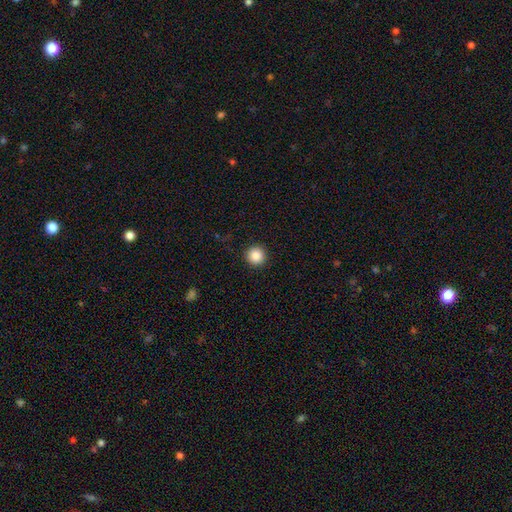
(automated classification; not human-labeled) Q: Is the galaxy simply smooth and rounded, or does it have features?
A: smooth — 88%.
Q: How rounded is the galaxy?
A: round — 96%.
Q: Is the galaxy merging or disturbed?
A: none — 93%.